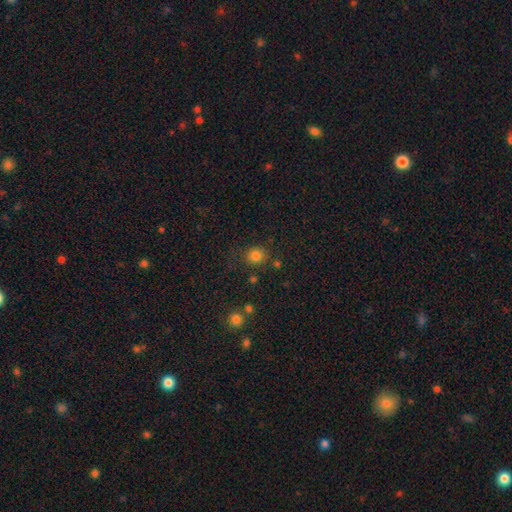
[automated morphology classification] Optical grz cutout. It shows a smooth galaxy with no disk features (82%) that is round (82%). Merging: none (80%).